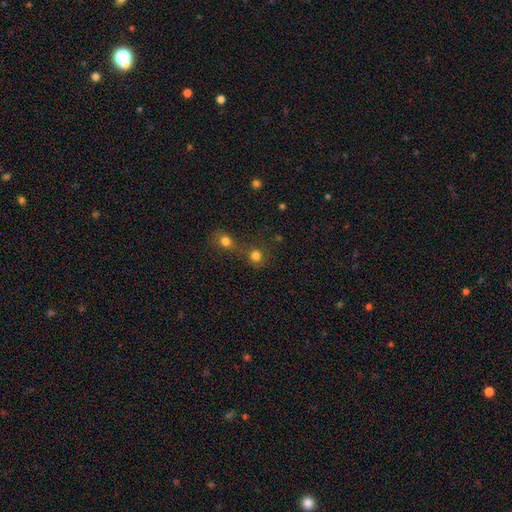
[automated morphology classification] Smooth or featured? smooth (79%)
How rounded? round (88%)
Merging? none (53%)